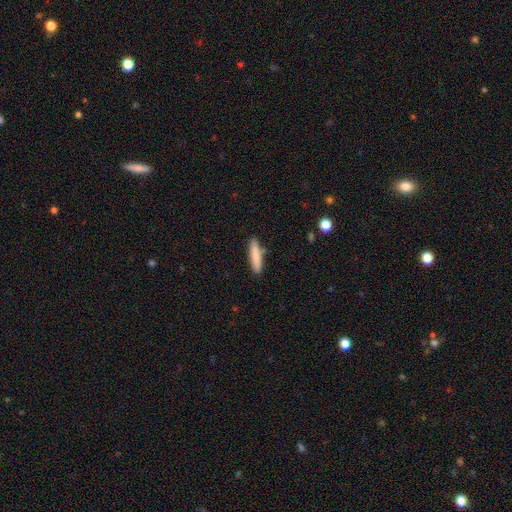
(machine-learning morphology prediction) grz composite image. It shows a smooth galaxy with no disk features (81%) that is cigar-shaped (84%). Merging: none (85%).